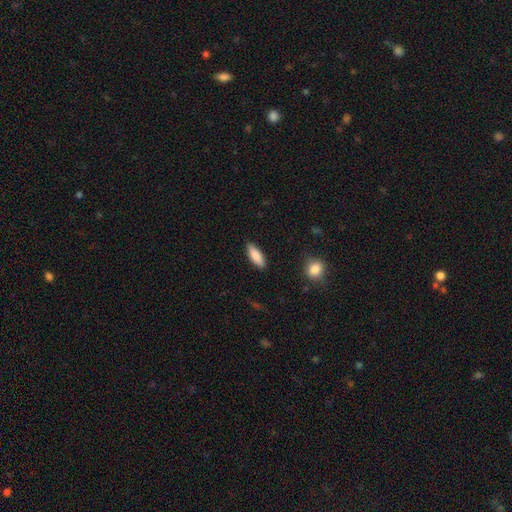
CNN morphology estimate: The model was most divided on "how rounded": in between: 64%, cigar-shaped: 35%, round: 2%. More confident: merging — none (87%); smooth or featured — smooth (87%).